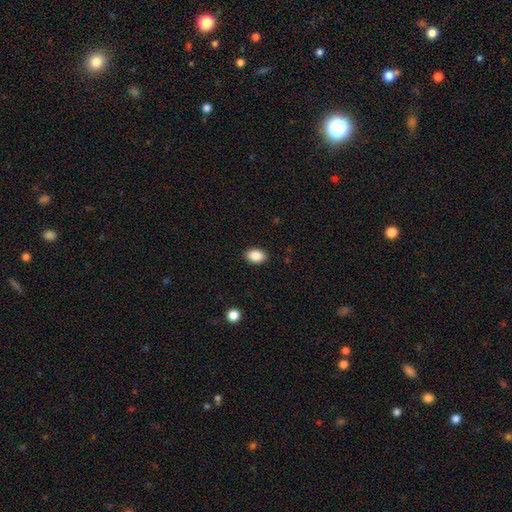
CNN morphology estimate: type=smooth (88%); roundness=in between (86%); merging=none (90%).